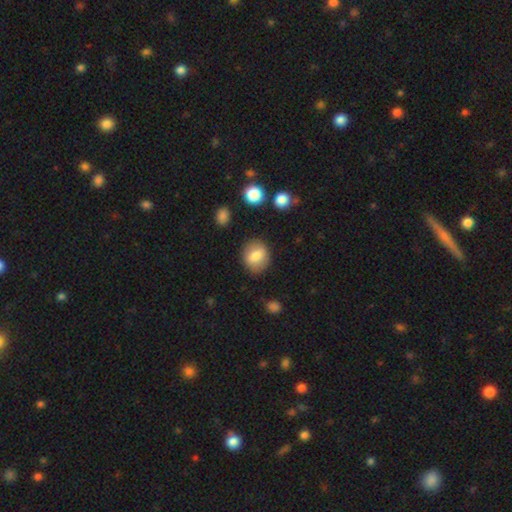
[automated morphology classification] The model was most divided on "how rounded": round: 65%, in between: 34%, cigar-shaped: 1%. More confident: merging — none (85%); smooth or featured — smooth (74%).